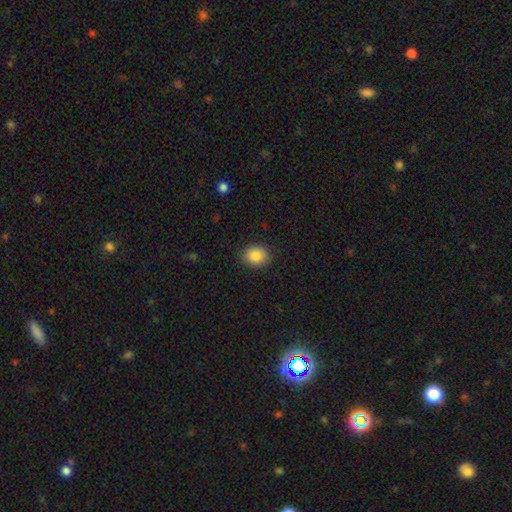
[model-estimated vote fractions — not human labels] Smooth or featured: smooth — 87% (star or artifact — 9%)
How rounded: round — 63% (in between — 36%)
Merging: none — 88% (minor disturbance — 9%)